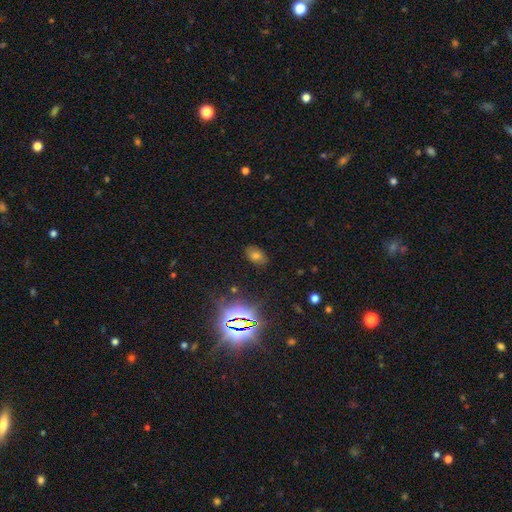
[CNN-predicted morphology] A smooth galaxy with no disk features (49%).

Vote fractions:
- Smooth or featured? smooth: 49% / star or artifact: 40% / featured or disk: 11%
- Merging? none: 83% / minor disturbance: 11% / major disturbance: 4% / merger: 2%